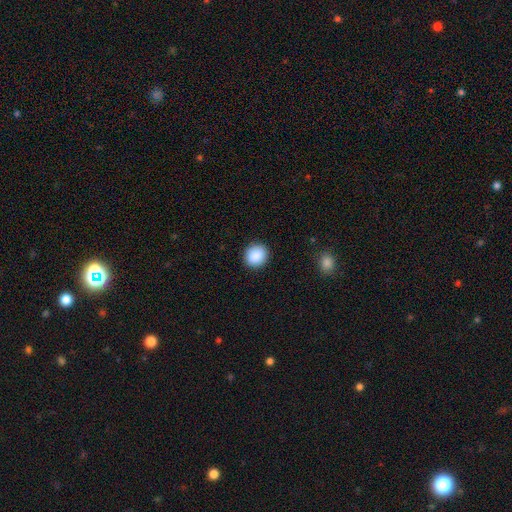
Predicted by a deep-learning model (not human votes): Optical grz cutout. It shows a smooth galaxy with no disk features (89%) that is round (84%). Merging: none (91%).